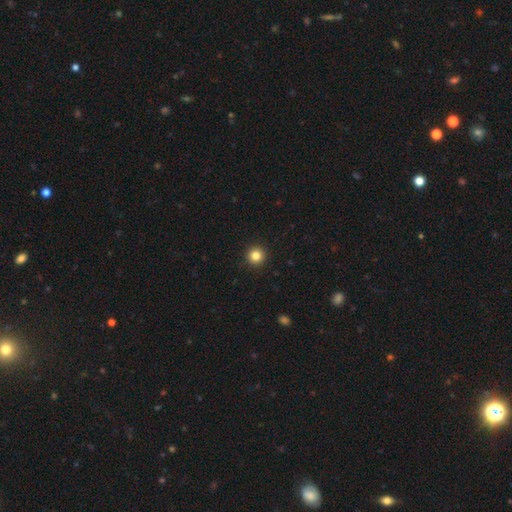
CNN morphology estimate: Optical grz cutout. It shows a smooth galaxy with no disk features (84%) that is round (96%). Merging: none (94%).